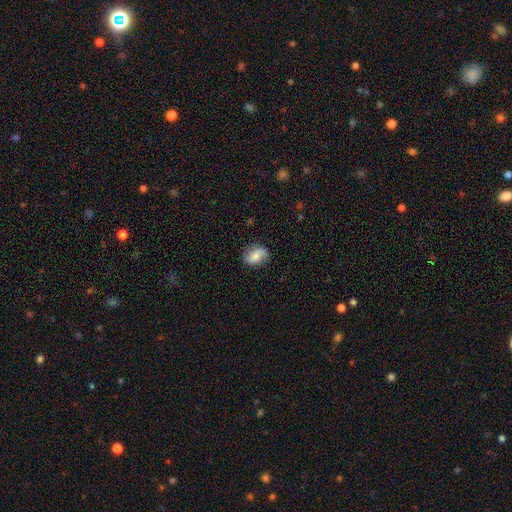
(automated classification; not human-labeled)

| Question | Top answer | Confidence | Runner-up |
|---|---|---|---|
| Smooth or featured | smooth | 56% | featured or disk (35%) |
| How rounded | in between | 65% | round (33%) |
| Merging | none | 76% | minor disturbance (18%) |